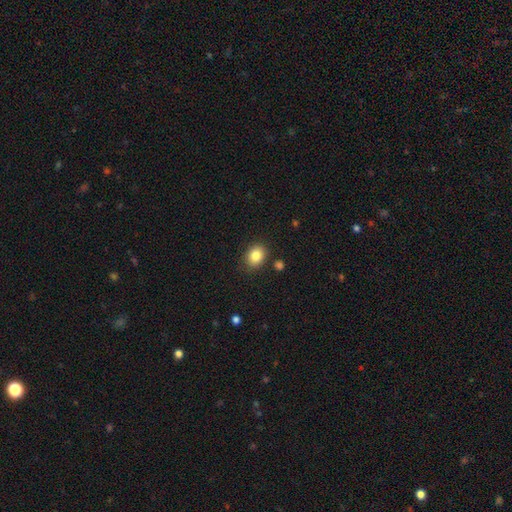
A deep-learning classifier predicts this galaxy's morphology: Smooth or featured? Predicted: smooth (p=0.85). How rounded? Predicted: in between (p=0.54). Merging? Predicted: none (p=0.84).